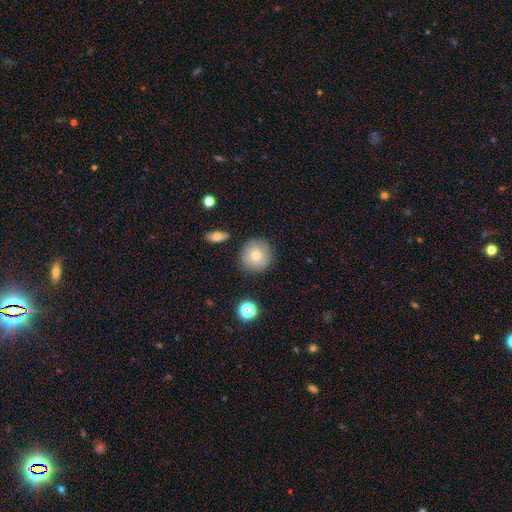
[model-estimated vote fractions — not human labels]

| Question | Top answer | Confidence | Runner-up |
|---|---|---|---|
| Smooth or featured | smooth | 77% | featured or disk (14%) |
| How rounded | round | 93% | in between (6%) |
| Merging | none | 83% | minor disturbance (11%) |